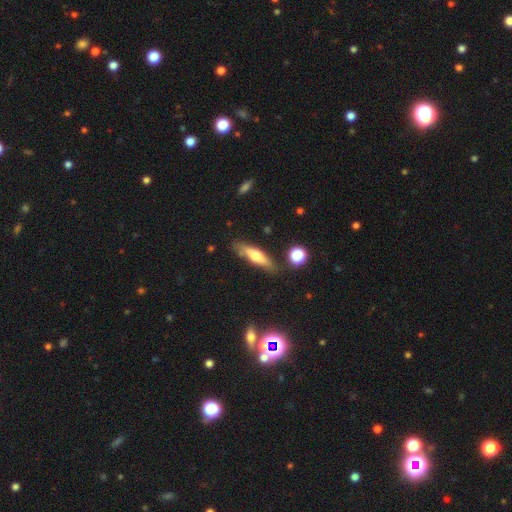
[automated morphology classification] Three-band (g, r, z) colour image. It shows a smooth galaxy with no disk features (52%) that is cigar-shaped (70%). Merging: none (80%).